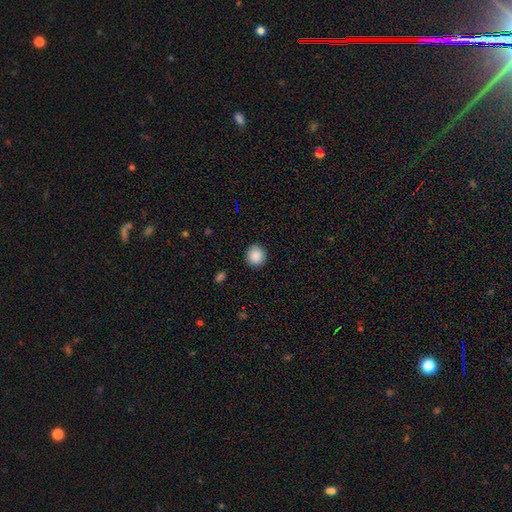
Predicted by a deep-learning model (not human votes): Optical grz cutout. It shows a smooth galaxy with no disk features (89%) that is round (93%). Merging: none (91%).